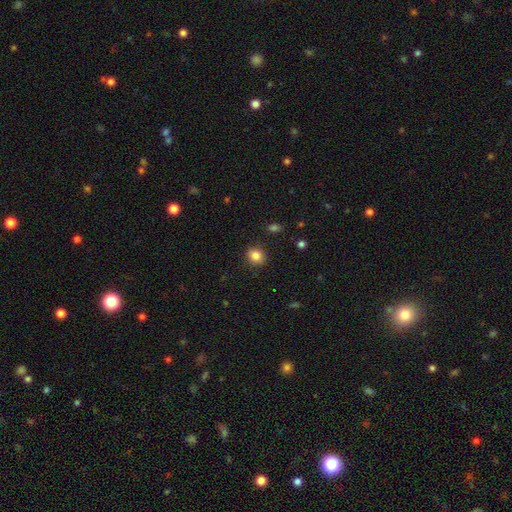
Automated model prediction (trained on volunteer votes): smooth 84%, star or artifact 10%, featured or disk 5%. Down the decision tree: how rounded — round (73%); merging — none (88%).